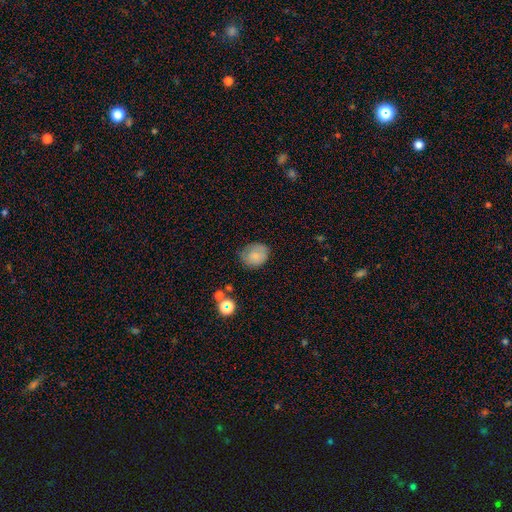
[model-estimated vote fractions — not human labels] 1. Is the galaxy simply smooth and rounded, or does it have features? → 77% smooth, 13% featured or disk, 10% star or artifact.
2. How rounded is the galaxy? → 67% round, 32% in between, 1% cigar-shaped.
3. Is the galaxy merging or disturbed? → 65% none, 26% minor disturbance, 7% major disturbance, 2% merger.